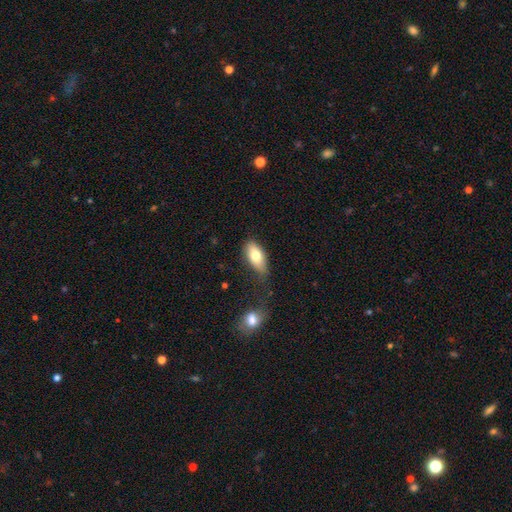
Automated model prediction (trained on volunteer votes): smooth_or_featured: smooth (p=0.75) [alt: featured or disk p=0.18]
how_rounded: in between (p=0.88) [alt: cigar-shaped p=0.08]
merging: none (p=0.67) [alt: minor disturbance p=0.22]